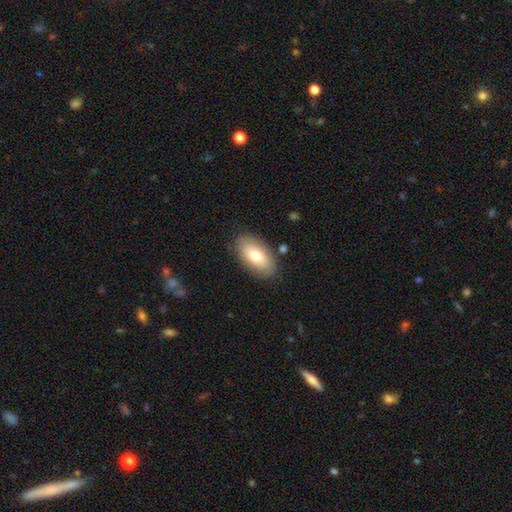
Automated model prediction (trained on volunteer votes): The model was most divided on "smooth or featured": smooth: 74%, featured or disk: 20%, star or artifact: 6%. More confident: how rounded — in between (93%); merging — none (85%).